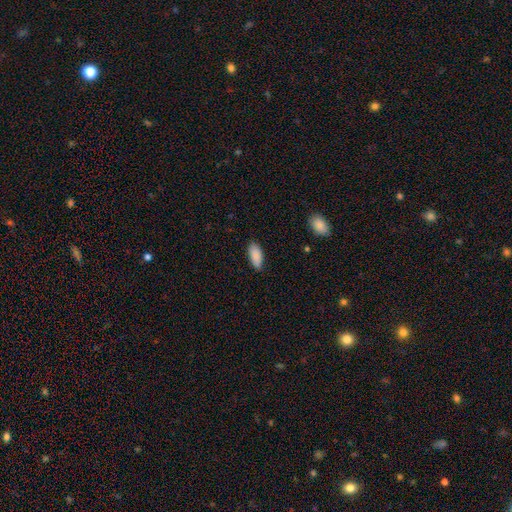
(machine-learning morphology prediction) Smooth or featured?
  - smooth: 89% *
  - star or artifact: 6%
  - featured or disk: 4%
How rounded?
  - in between: 88% *
  - cigar-shaped: 11%
  - round: 2%
Merging?
  - none: 82% *
  - minor disturbance: 14%
  - major disturbance: 2%
  - merger: 1%